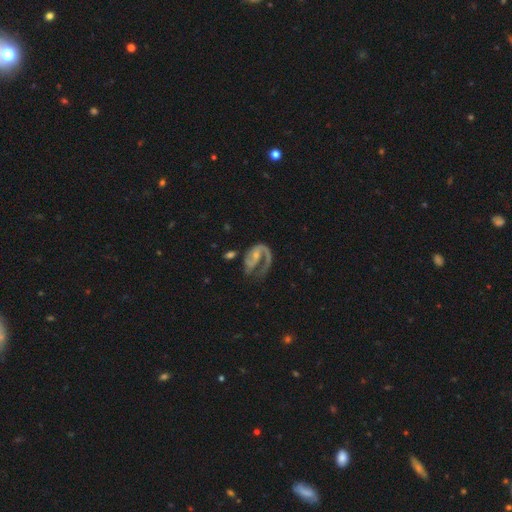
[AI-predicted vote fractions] smooth_or_featured: featured or disk (p=0.85) [alt: smooth p=0.10]
disk_edge_on: no (p=0.98) [alt: yes p=0.02]
bar: no (p=0.50) [alt: weak p=0.36]
has_spiral_arms: yes (p=0.93) [alt: no p=0.07]
spiral_winding: medium (p=0.46) [alt: loose p=0.32]
spiral_arm_count: 1 (p=0.52) [alt: 2 p=0.41]
bulge_size: small (p=0.60) [alt: moderate p=0.27]
merging: major disturbance (p=0.39) [alt: none p=0.36]